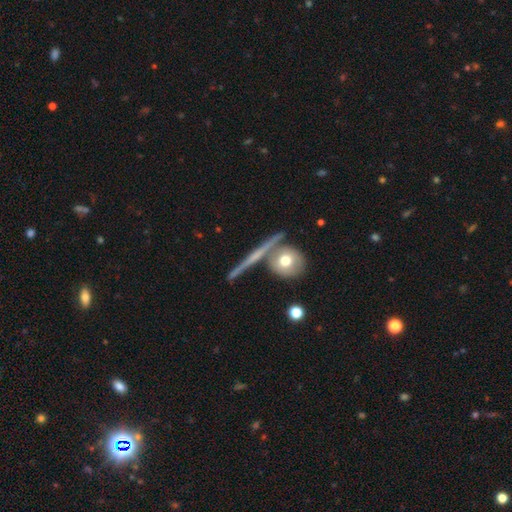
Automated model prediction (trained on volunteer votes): Smooth or featured?
  - featured or disk: 60% *
  - smooth: 31%
  - star or artifact: 9%
Edge-on disk?
  - yes: 87% *
  - no: 13%
Edge-on bulge?
  - none: 52% *
  - rounded: 40%
  - boxy: 8%
Merging?
  - none: 72% *
  - merger: 14%
  - minor disturbance: 10%
  - major disturbance: 4%